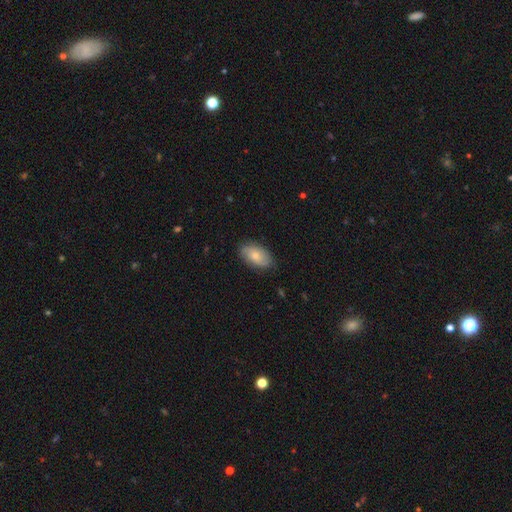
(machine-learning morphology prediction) smooth_or_featured: smooth (p=0.59) [alt: featured or disk p=0.34]
how_rounded: in between (p=0.92) [alt: round p=0.06]
merging: none (p=0.80) [alt: minor disturbance p=0.16]